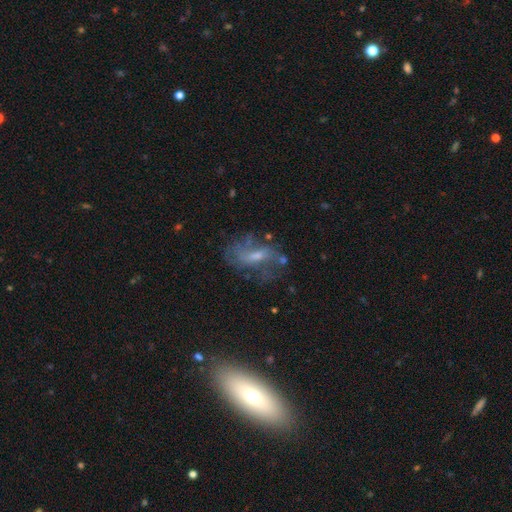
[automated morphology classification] Q: Smooth or featured?
A: featured or disk (58%); runner-up: smooth (26%)
Q: Edge-on disk?
A: no (89%); runner-up: yes (11%)
Q: Bar?
A: no (43%); runner-up: weak (41%)
Q: Spiral arms?
A: yes (56%); runner-up: no (44%)
Q: Bulge size?
A: small (44%); runner-up: moderate (37%)
Q: Merging?
A: none (53%); runner-up: minor disturbance (21%)